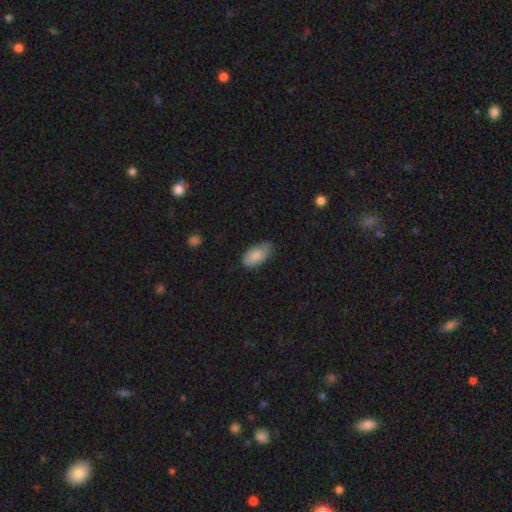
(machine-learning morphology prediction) Smooth or featured: smooth — 83% (featured or disk — 10%)
How rounded: in between — 94% (round — 3%)
Merging: none — 60% (minor disturbance — 33%)